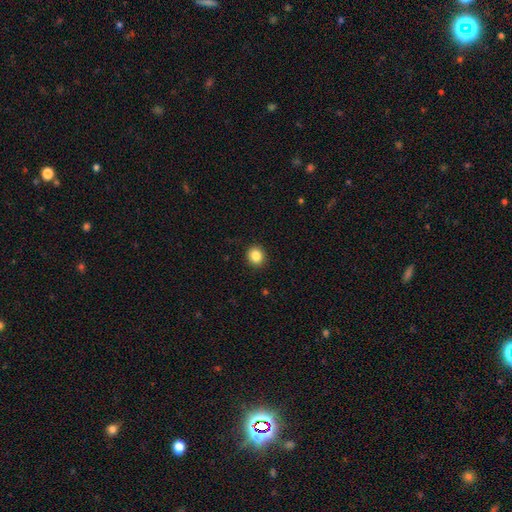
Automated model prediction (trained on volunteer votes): smooth-or-featured: smooth: 86% | star or artifact: 10% | featured or disk: 4%
  how-rounded: round: 82% | in between: 18% | cigar-shaped: 1%
  merging: none: 92% | minor disturbance: 6% | major disturbance: 2% | merger: 1%